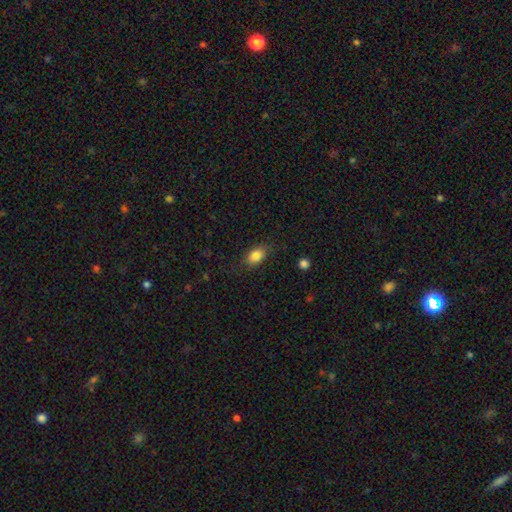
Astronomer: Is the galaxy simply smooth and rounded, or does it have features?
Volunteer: smooth — 88%.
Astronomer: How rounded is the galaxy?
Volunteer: in between — 77%.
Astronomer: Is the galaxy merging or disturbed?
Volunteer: none — 76%.